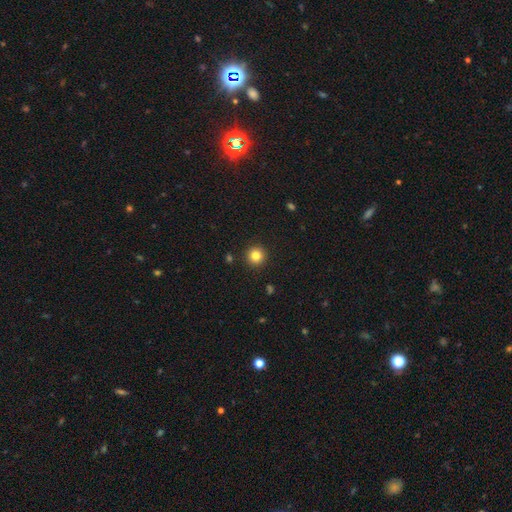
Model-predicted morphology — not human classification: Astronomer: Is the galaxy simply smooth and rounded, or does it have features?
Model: smooth — 82%.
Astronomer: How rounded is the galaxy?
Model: round — 95%.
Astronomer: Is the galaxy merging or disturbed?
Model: none — 92%.